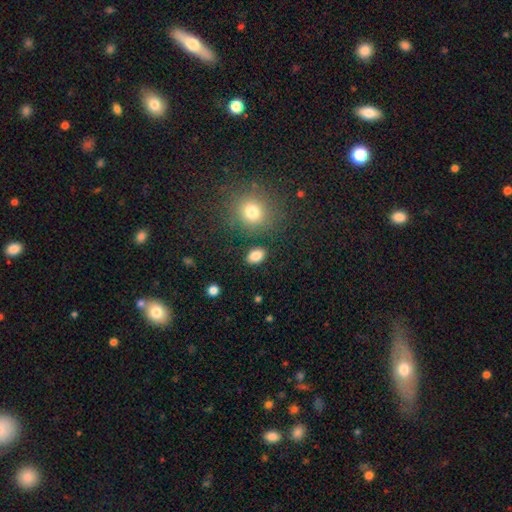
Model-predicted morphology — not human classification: smooth 86%, star or artifact 9%, featured or disk 5%. Down the decision tree: how rounded — in between (84%); merging — none (86%).